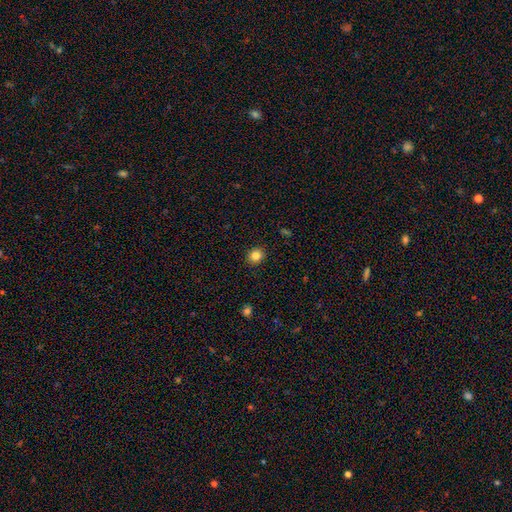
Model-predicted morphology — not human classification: Q: Smooth or featured?
A: smooth (83%); runner-up: star or artifact (11%)
Q: How rounded?
A: round (77%); runner-up: in between (22%)
Q: Merging?
A: none (91%); runner-up: minor disturbance (6%)